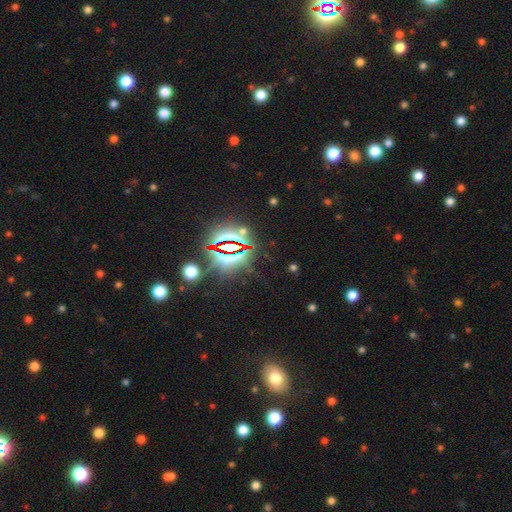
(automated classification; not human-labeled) This appears to be a star or artifact, not a galaxy (81%).